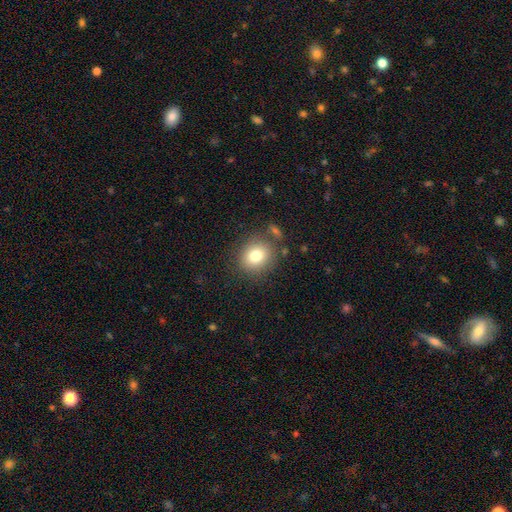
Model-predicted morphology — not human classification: A smooth galaxy with no disk features (79%) that is round (75%).

Vote fractions:
- Smooth or featured? smooth: 79% / star or artifact: 11% / featured or disk: 10%
- How rounded? round: 75% / in between: 24% / cigar-shaped: 1%
- Merging? none: 80% / minor disturbance: 11% / merger: 5% / major disturbance: 4%